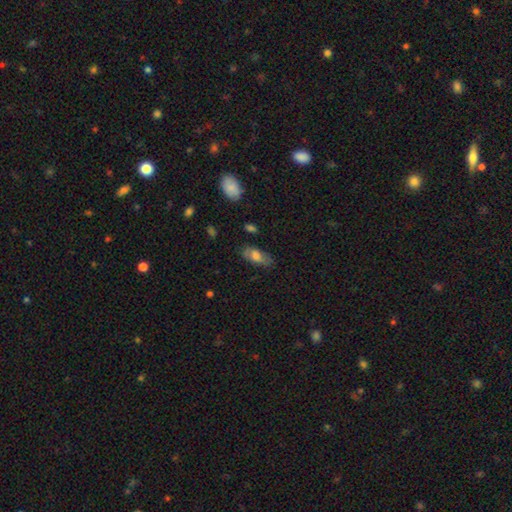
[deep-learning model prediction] Q: Smooth or featured?
A: smooth (70%); runner-up: featured or disk (23%)
Q: How rounded?
A: in between (83%); runner-up: cigar-shaped (13%)
Q: Merging?
A: none (74%); runner-up: minor disturbance (19%)